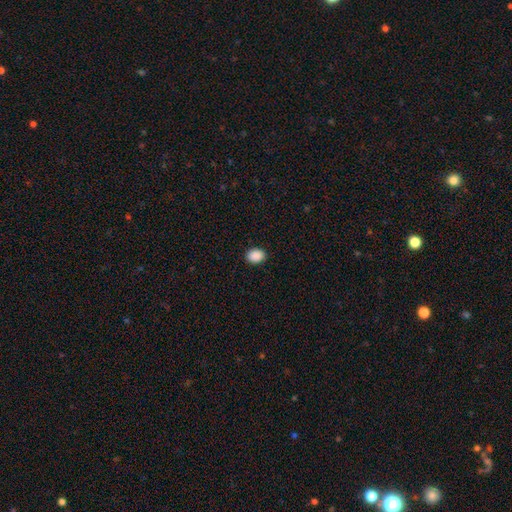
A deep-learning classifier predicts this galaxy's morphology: Smooth or featured?
  - smooth: 90% *
  - star or artifact: 8%
  - featured or disk: 2%
How rounded?
  - in between: 61% *
  - round: 38%
  - cigar-shaped: 1%
Merging?
  - none: 90% *
  - minor disturbance: 7%
  - major disturbance: 2%
  - merger: 1%